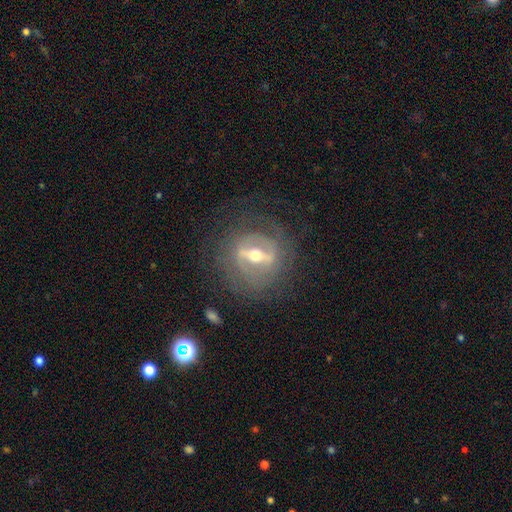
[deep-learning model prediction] Morphology: type=featured or disk (84%); edge-on=no (82%); bar=strong (73%); spiral arms=yes (58%); bulge=moderate (69%); merging=none (74%).